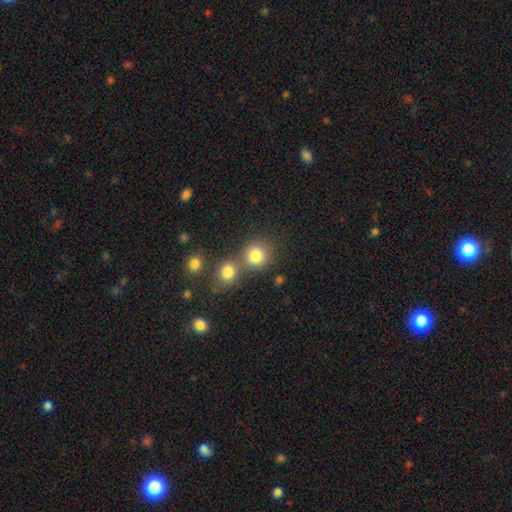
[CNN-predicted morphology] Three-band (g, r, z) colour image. It shows a smooth galaxy with no disk features (82%) that is round (87%). Merging: none (57%).